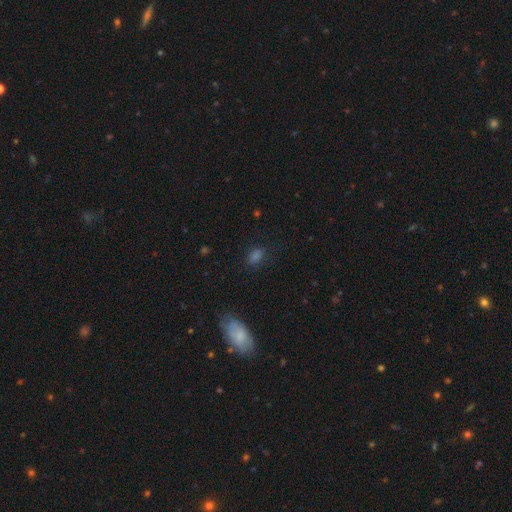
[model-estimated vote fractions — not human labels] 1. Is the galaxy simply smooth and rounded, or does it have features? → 69% smooth, 19% star or artifact, 11% featured or disk.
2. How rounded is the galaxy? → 78% in between, 16% round, 5% cigar-shaped.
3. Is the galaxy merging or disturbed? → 72% none, 17% minor disturbance, 8% major disturbance, 3% merger.